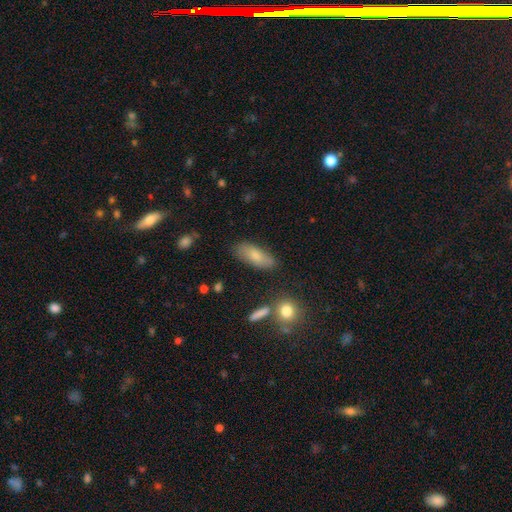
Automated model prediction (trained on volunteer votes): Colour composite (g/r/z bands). It shows a smooth galaxy with no disk features (77%) that is in between round and cigar-shaped (77%). Merging: none (77%).